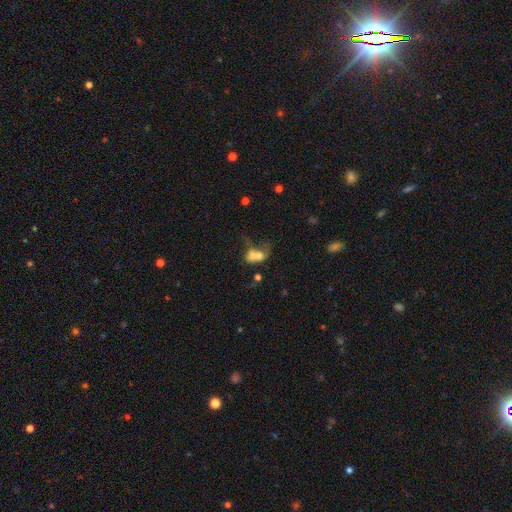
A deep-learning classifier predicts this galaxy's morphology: Smooth or featured? Predicted: smooth (p=0.58). How rounded? Predicted: in between (p=0.66). Merging? Predicted: merger (p=0.62).